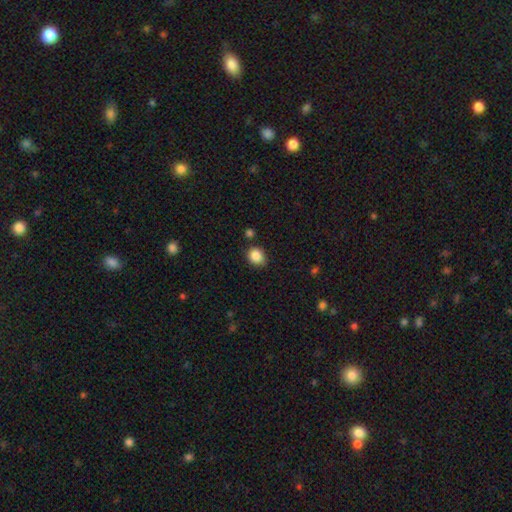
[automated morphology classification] The model was most divided on "how rounded": round: 58%, in between: 41%, cigar-shaped: 1%. More confident: smooth or featured — smooth (86%); merging — none (75%).